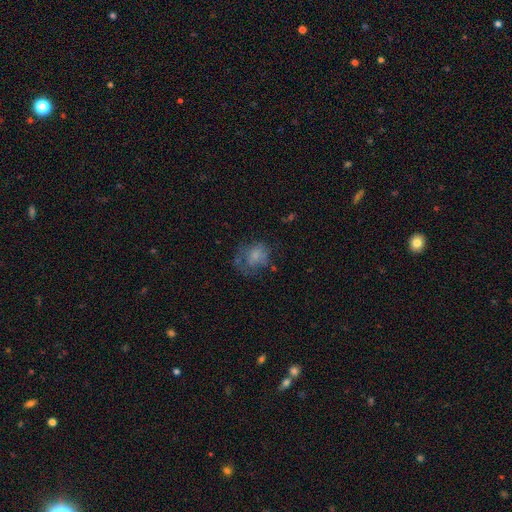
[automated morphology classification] Smooth or featured: smooth — 60% (featured or disk — 29%)
How rounded: round — 57% (in between — 42%)
Merging: none — 41% (major disturbance — 31%)